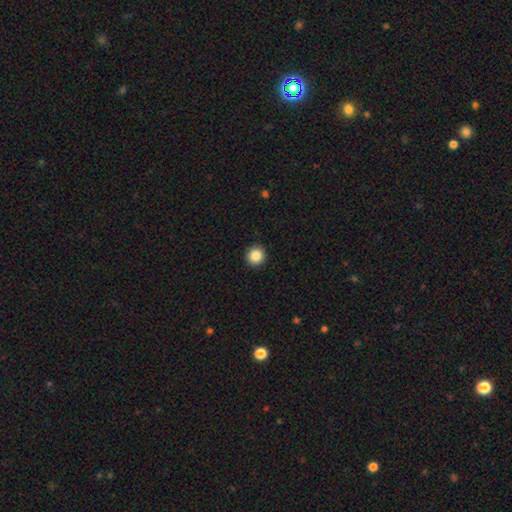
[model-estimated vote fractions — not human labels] smooth_or_featured: smooth (p=0.87) [alt: star or artifact p=0.09]
how_rounded: round (p=0.95) [alt: in between p=0.04]
merging: none (p=0.93) [alt: minor disturbance p=0.04]